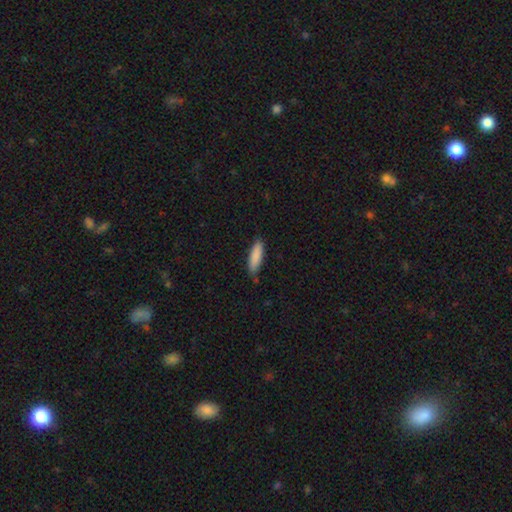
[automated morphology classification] This is clearly a smooth galaxy (88%). How rounded: possibly cigar-shaped (58%). Merging: likely none (78%).